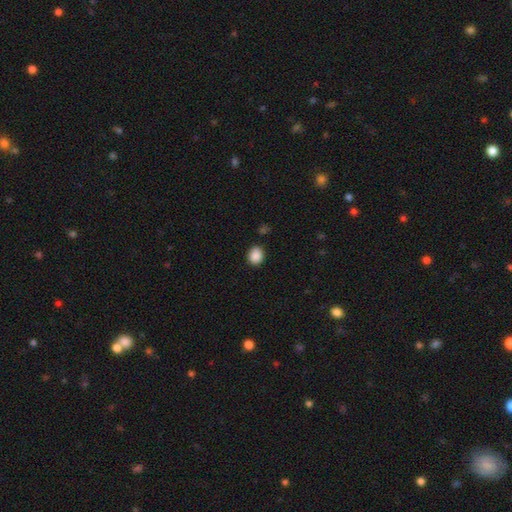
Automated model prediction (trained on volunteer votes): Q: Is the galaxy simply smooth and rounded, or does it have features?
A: smooth — 88%.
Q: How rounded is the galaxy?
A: round — 59%.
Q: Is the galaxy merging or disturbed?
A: none — 85%.